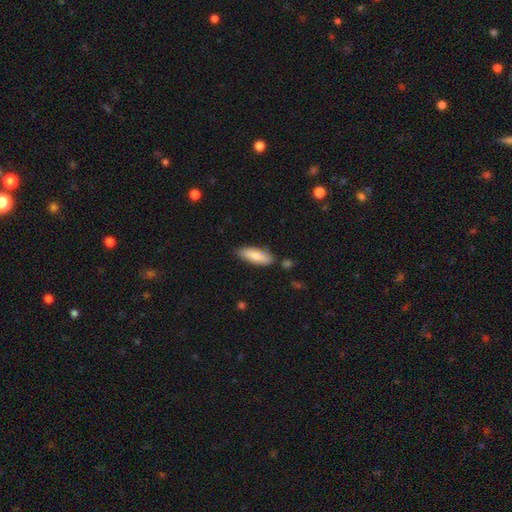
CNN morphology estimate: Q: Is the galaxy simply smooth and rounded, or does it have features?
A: smooth — 83%.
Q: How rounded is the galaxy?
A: in between — 66%.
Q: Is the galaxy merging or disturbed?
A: none — 80%.